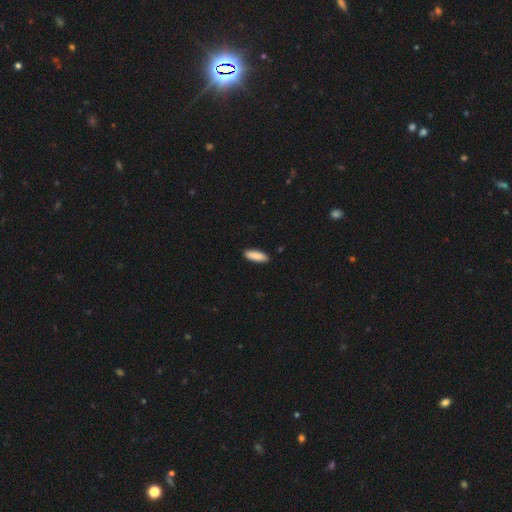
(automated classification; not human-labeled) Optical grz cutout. It shows a smooth galaxy with no disk features (89%) that is in between round and cigar-shaped (54%). Merging: none (89%).